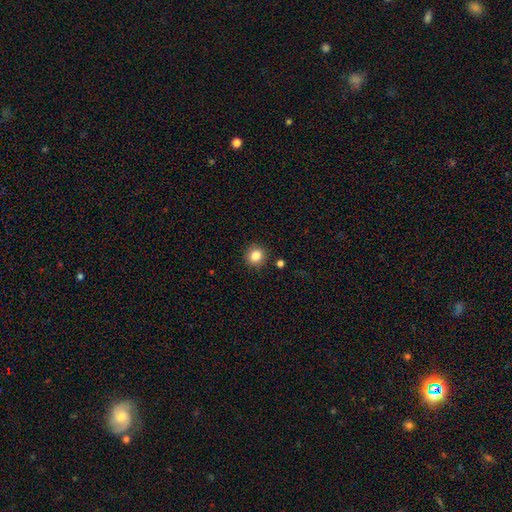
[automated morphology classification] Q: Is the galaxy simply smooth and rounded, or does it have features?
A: smooth — 83%.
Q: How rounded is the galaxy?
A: round — 86%.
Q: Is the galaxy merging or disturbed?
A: none — 89%.